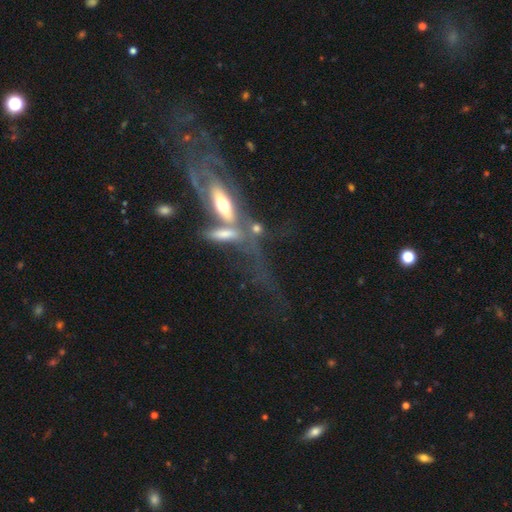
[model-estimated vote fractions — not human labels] A featured or disk galaxy (74%).

Vote fractions:
- Smooth or featured? featured or disk: 74% / smooth: 16% / star or artifact: 10%
- Edge-on disk? no: 54% / yes: 46%
- Merging? merger: 39% / none: 24% / major disturbance: 24% / minor disturbance: 13%